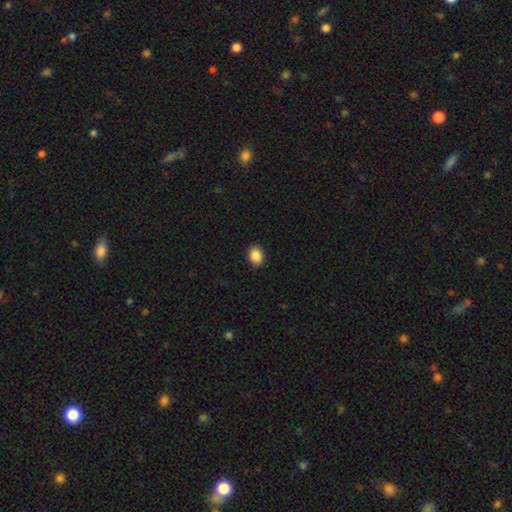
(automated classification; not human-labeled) A smooth galaxy with no disk features (89%) that is in between round and cigar-shaped (57%). Merging: none (90%).